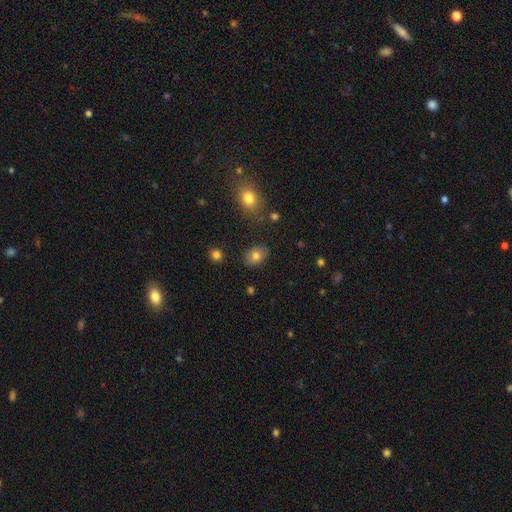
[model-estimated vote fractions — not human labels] Smooth or featured: smooth — 80% (featured or disk — 11%)
How rounded: in between — 70% (round — 29%)
Merging: none — 83% (minor disturbance — 12%)